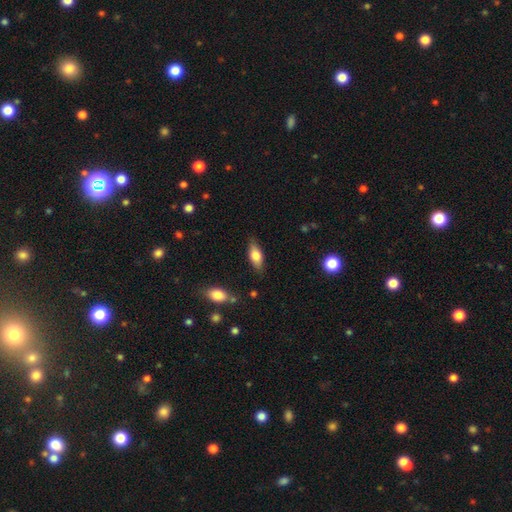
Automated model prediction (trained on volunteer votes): This appears to be a smooth galaxy with no disk features (70%) that is in between round and cigar-shaped (75%). Merging: none (82%).